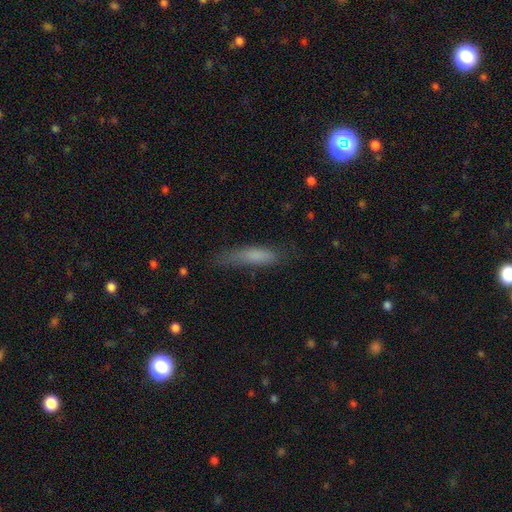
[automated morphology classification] type=smooth (74%); roundness=cigar-shaped (79%); merging=none (67%).